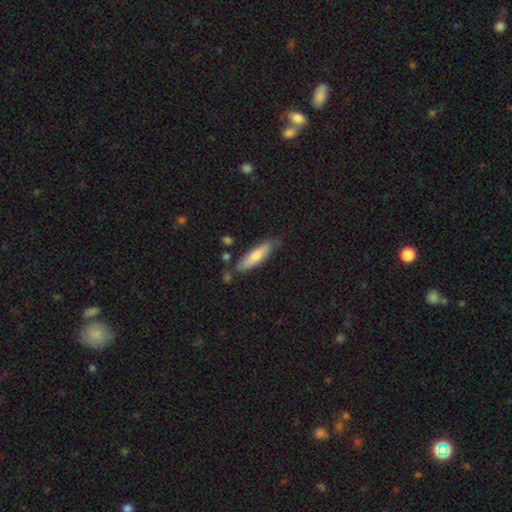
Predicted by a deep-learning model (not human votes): Morphology: type=smooth (66%); roundness=cigar-shaped (74%); merging=none (77%).